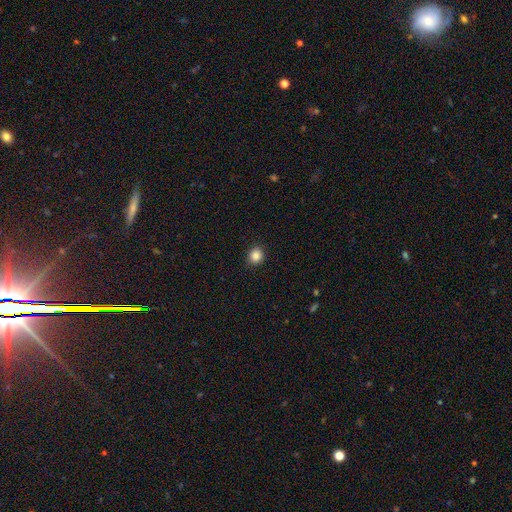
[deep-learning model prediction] Overall: smooth (86%). How rounded: round (81%). Merging: none (90%).